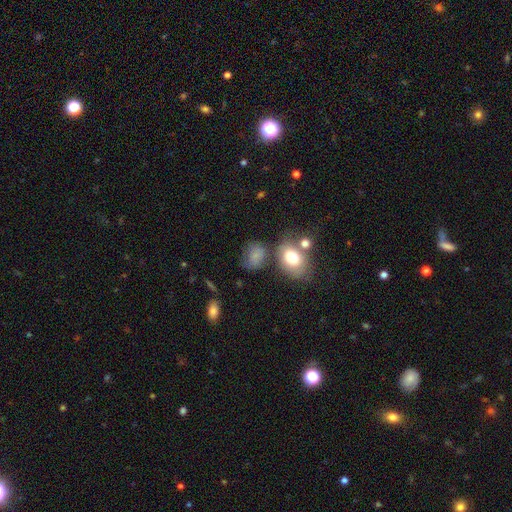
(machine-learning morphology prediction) Overall: smooth (75%). How rounded: in between (59%; round 39%). Merging: none (49%; minor disturbance 24%).